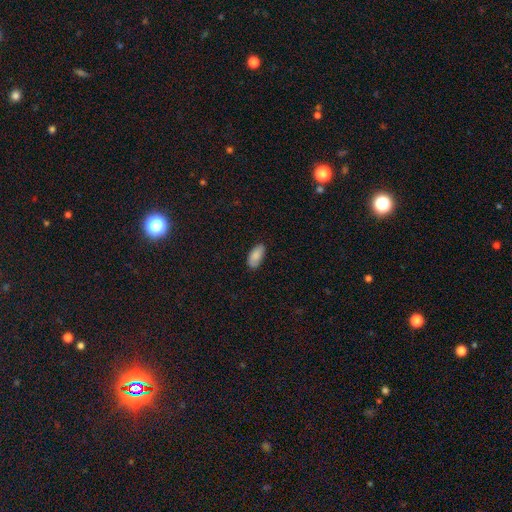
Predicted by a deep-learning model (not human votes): Overall: smooth (87%). How rounded: in between (92%). Merging: none (84%).